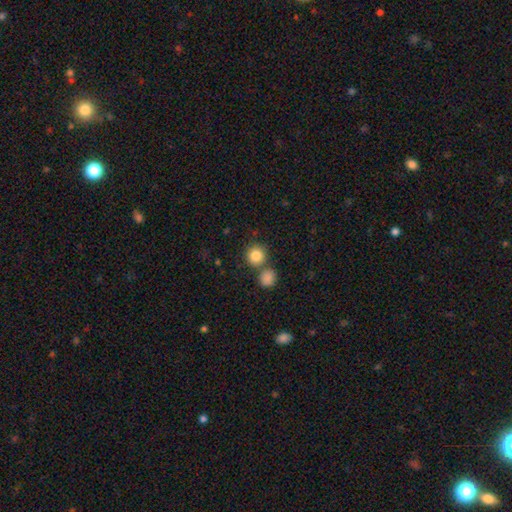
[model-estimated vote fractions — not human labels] Smooth or featured?
  - smooth: 84% *
  - star or artifact: 10%
  - featured or disk: 6%
How rounded?
  - round: 91% *
  - in between: 8%
  - cigar-shaped: 1%
Merging?
  - none: 70% *
  - merger: 20%
  - minor disturbance: 8%
  - major disturbance: 3%